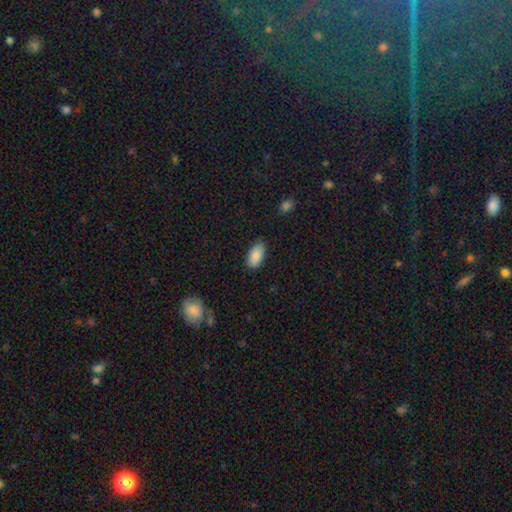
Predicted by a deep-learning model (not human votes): A smooth galaxy with no disk features (88%) that is in between round and cigar-shaped (93%).

Vote fractions:
- Smooth or featured? smooth: 88% / star or artifact: 7% / featured or disk: 5%
- How rounded? in between: 93% / cigar-shaped: 4% / round: 2%
- Merging? none: 83% / minor disturbance: 13% / major disturbance: 3% / merger: 1%